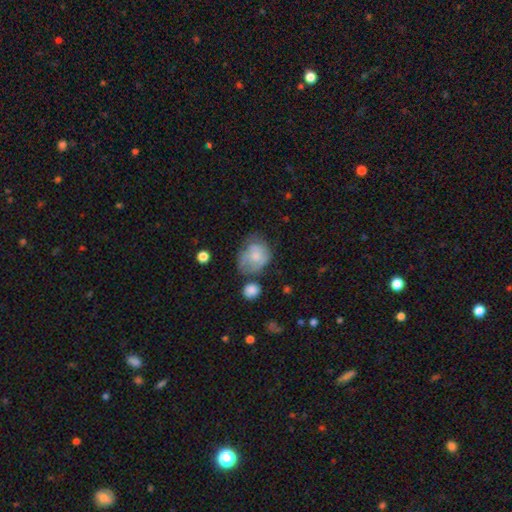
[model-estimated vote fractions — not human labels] Smooth or featured: smooth — 53% (featured or disk — 39%)
How rounded: round — 50% (in between — 49%)
Merging: none — 38% (minor disturbance — 31%)